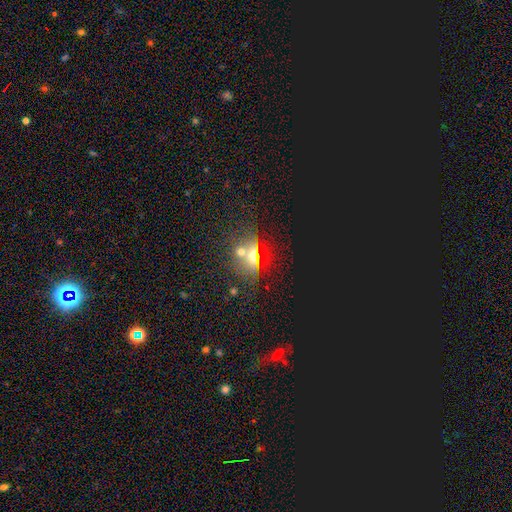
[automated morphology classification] smooth 37%, featured or disk 35%, star or artifact 28%. Down the decision tree: merging — none (49%).